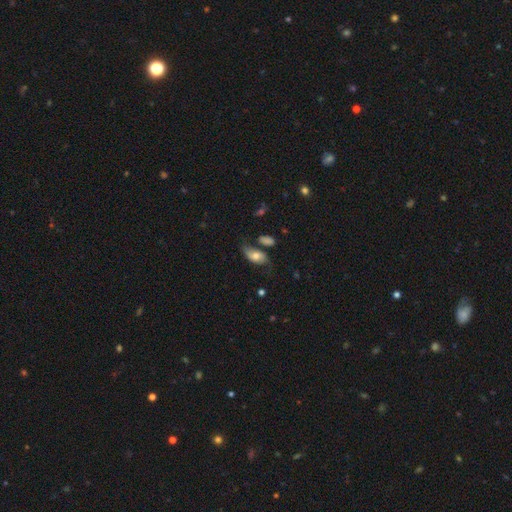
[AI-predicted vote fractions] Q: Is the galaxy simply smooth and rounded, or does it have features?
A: smooth — 54%.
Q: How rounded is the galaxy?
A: in between — 90%.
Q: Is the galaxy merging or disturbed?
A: none — 52%.